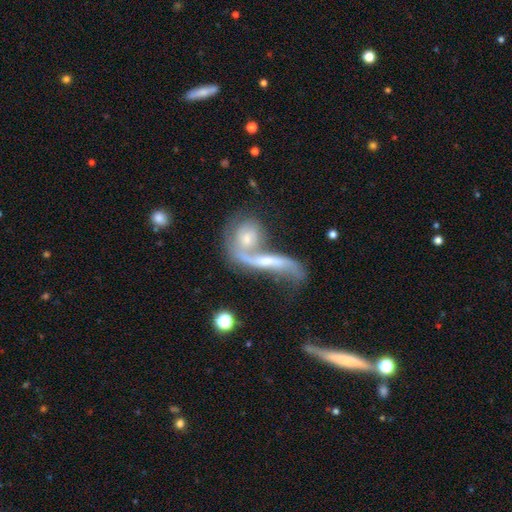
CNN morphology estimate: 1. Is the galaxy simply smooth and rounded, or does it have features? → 64% featured or disk, 24% smooth, 12% star or artifact.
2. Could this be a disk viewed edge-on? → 75% no, 25% yes.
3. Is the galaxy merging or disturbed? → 57% merger, 25% none, 9% major disturbance, 9% minor disturbance.